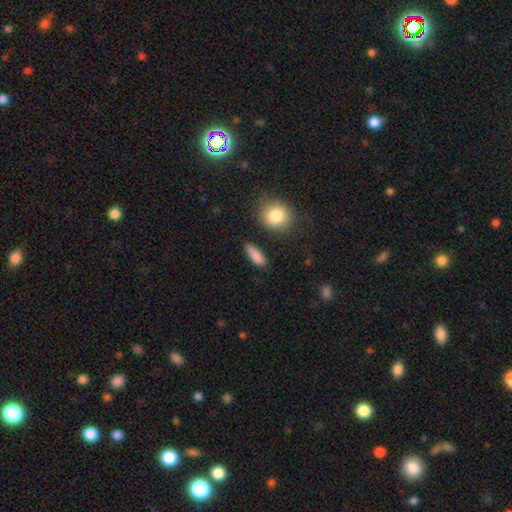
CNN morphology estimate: smooth 86%, star or artifact 8%, featured or disk 6%. Down the decision tree: how rounded — in between (55%); merging — none (78%).